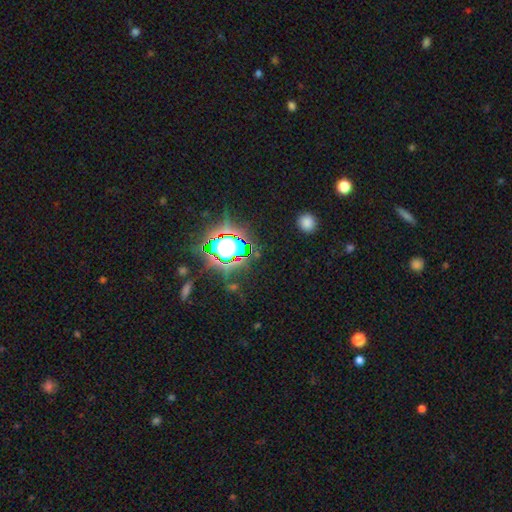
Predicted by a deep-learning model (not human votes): Morphology: type=star or artifact (83%).